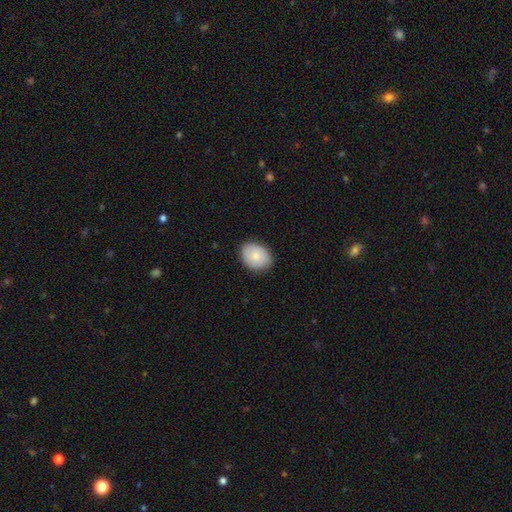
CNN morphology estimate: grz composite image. It shows a smooth galaxy with no disk features (83%) that is in between round and cigar-shaped (63%). Merging: none (86%).